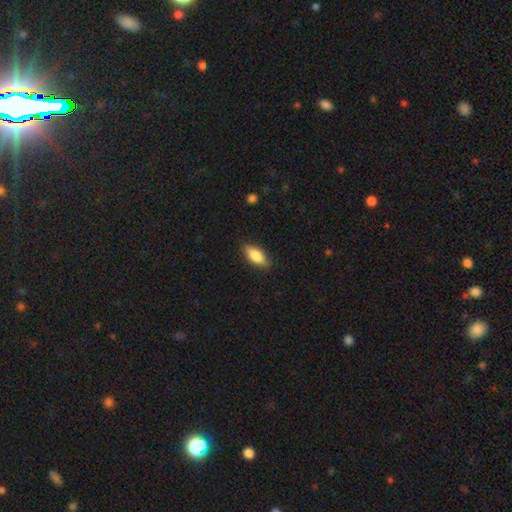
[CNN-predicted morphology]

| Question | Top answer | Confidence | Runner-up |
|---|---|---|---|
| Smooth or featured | smooth | 81% | featured or disk (13%) |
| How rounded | in between | 81% | cigar-shaped (17%) |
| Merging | none | 83% | minor disturbance (13%) |